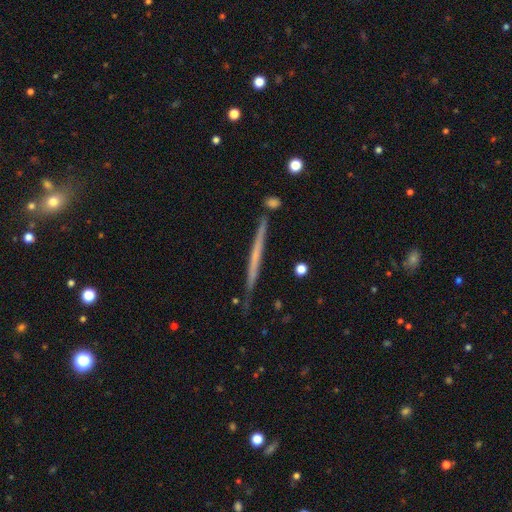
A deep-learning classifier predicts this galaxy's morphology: Smooth or featured? Predicted: featured or disk (p=0.56). Edge-on disk? Predicted: yes (p=0.97). Edge-on bulge? Predicted: none (p=0.87). Merging? Predicted: none (p=0.85).